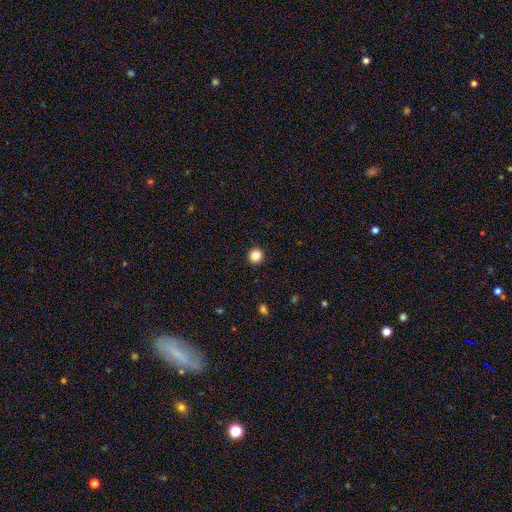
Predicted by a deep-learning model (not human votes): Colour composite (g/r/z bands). It shows a smooth galaxy with no disk features (85%) that is round (91%). Merging: none (93%).